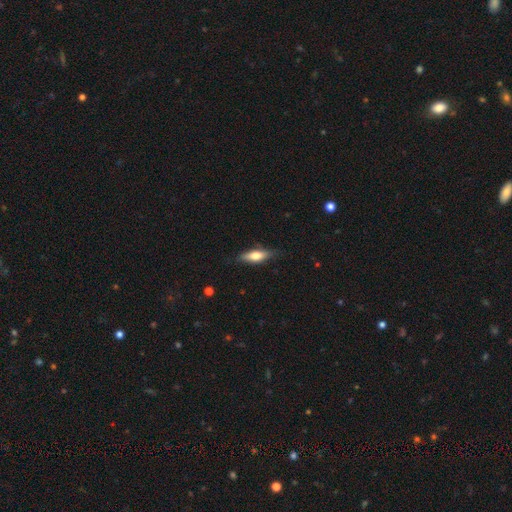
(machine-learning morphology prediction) smooth 61%, featured or disk 32%, star or artifact 6%. Down the decision tree: how rounded — in between (53%); merging — none (77%).